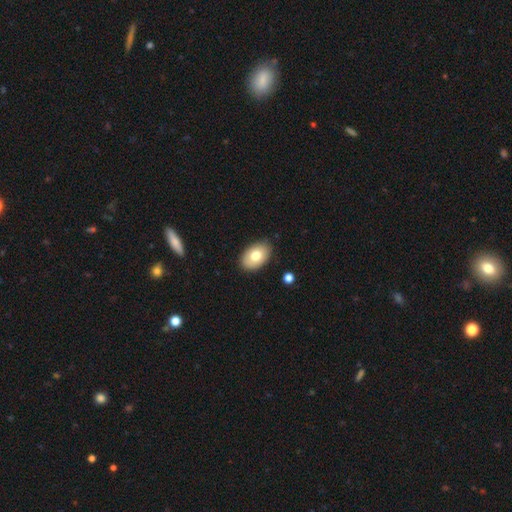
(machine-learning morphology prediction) A smooth galaxy with no disk features (76%) that is in between round and cigar-shaped (90%).

Vote fractions:
- Smooth or featured? smooth: 76% / featured or disk: 17% / star or artifact: 7%
- How rounded? in between: 90% / round: 9% / cigar-shaped: 1%
- Merging? none: 86% / minor disturbance: 11% / major disturbance: 2% / merger: 1%